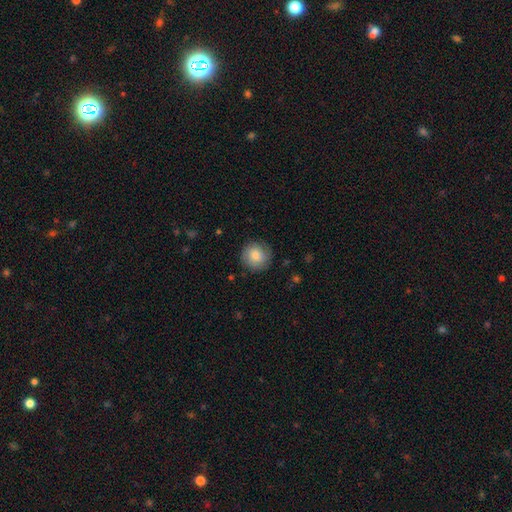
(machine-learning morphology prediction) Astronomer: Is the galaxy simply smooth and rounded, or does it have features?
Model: smooth — 82%.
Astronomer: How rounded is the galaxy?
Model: round — 94%.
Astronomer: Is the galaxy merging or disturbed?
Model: none — 85%.